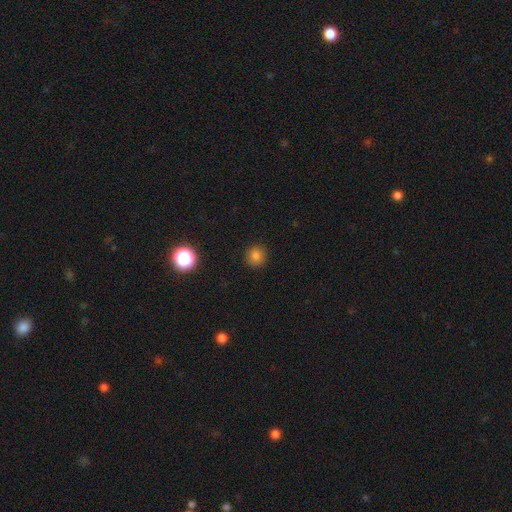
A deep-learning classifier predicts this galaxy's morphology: This appears to be a smooth galaxy with no disk features (80%) that is round (92%). Merging: none (91%).